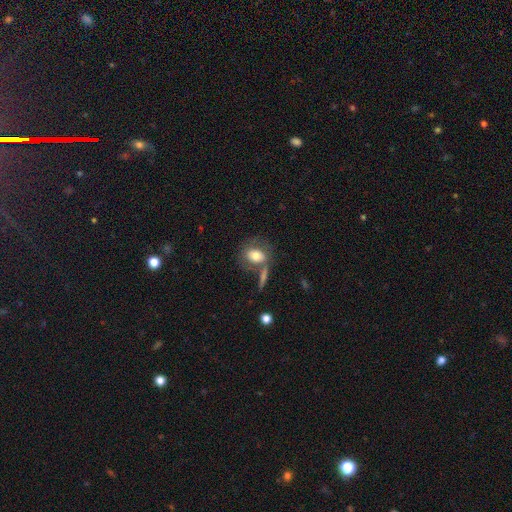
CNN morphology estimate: The model was most divided on "how rounded": in between: 62%, round: 35%, cigar-shaped: 3%. More confident: smooth or featured — smooth (70%); merging — none (51%).